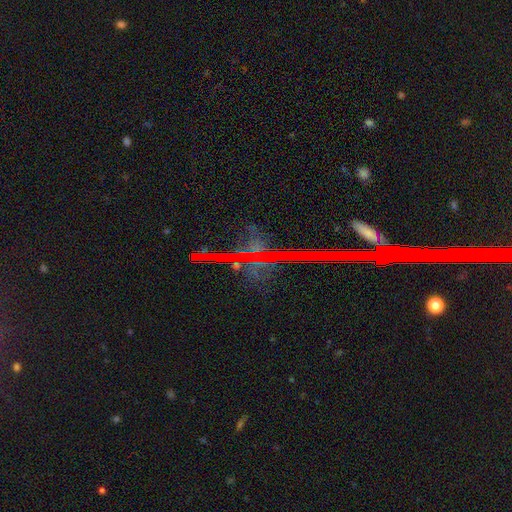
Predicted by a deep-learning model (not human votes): This appears to be a star or artifact, not a galaxy (72%).